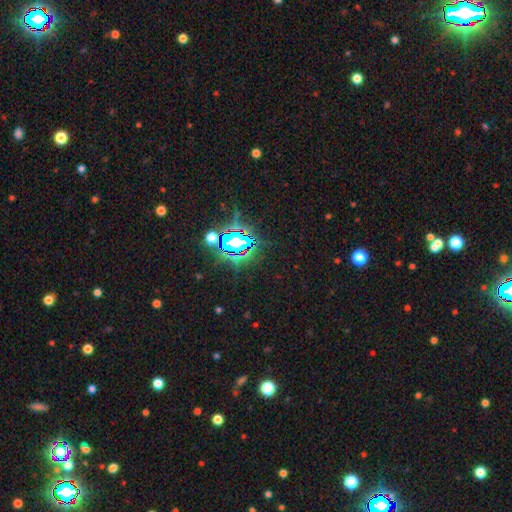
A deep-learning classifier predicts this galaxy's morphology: A star or artifact, not a galaxy (84%).

Vote fractions:
- Smooth or featured? star or artifact: 84% / smooth: 9% / featured or disk: 7%